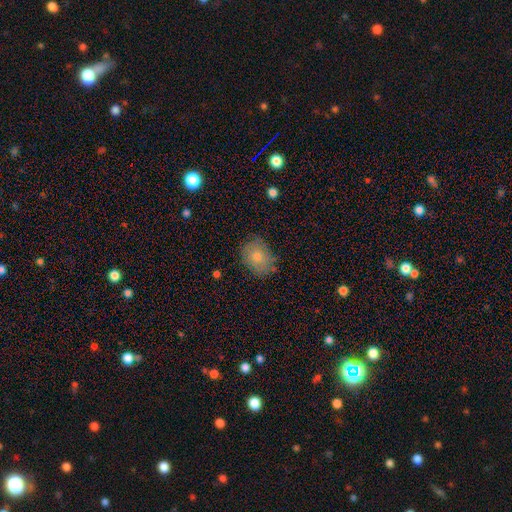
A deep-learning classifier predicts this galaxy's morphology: Smooth or featured? smooth (72%)
How rounded? in between (55%)
Merging? none (80%)